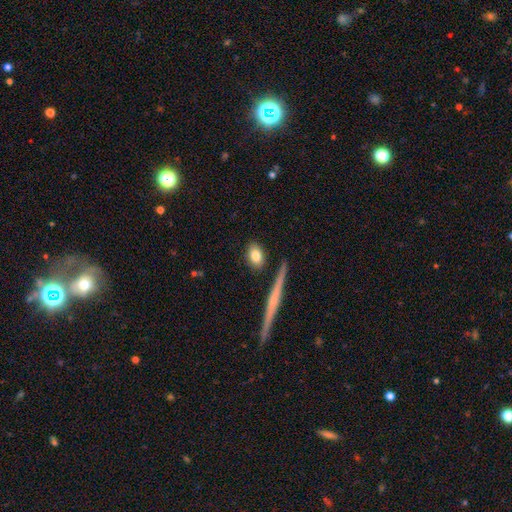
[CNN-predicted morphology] Overall: smooth (81%). How rounded: in between (80%). Merging: none (85%).